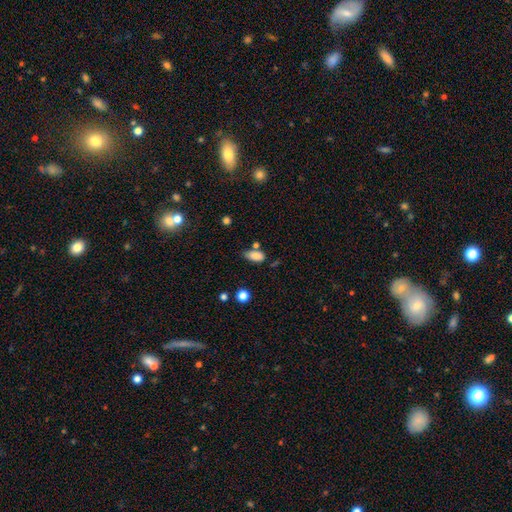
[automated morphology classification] A smooth galaxy with no disk features (83%) that is in between round and cigar-shaped (89%). Merging: none (56%).